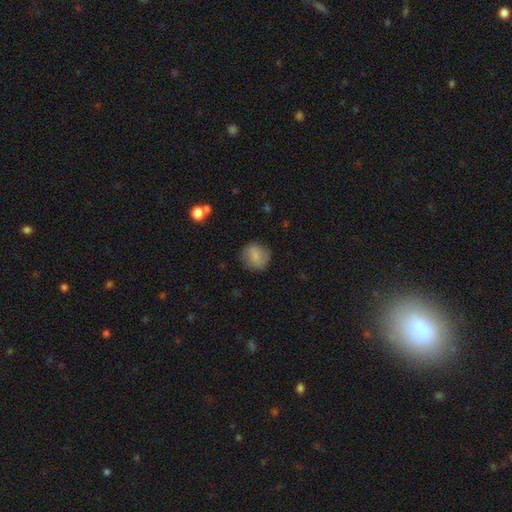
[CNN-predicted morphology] smooth-or-featured: smooth: 80% | featured or disk: 12% | star or artifact: 8%
  how-rounded: round: 87% | in between: 11% | cigar-shaped: 1%
  merging: none: 85% | minor disturbance: 11% | major disturbance: 3% | merger: 1%